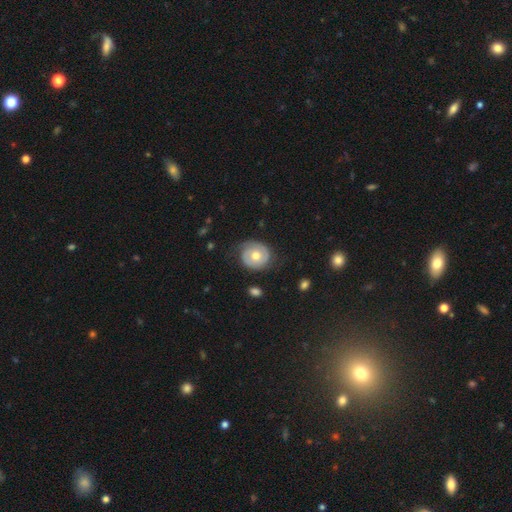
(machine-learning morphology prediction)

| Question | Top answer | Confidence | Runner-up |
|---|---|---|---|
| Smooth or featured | featured or disk | 62% | smooth (32%) |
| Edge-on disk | no | 97% | yes (3%) |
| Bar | no | 78% | weak (18%) |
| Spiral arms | yes | 80% | no (20%) |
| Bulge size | moderate | 78% | small (13%) |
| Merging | none | 70% | minor disturbance (20%) |